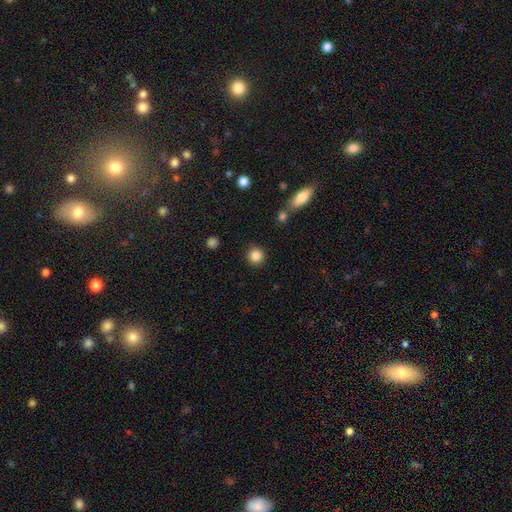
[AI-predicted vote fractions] A smooth galaxy with no disk features (86%) that is round (94%).

Vote fractions:
- Smooth or featured? smooth: 86% / star or artifact: 10% / featured or disk: 4%
- How rounded? round: 94% / in between: 5% / cigar-shaped: 1%
- Merging? none: 90% / minor disturbance: 6% / merger: 2% / major disturbance: 2%